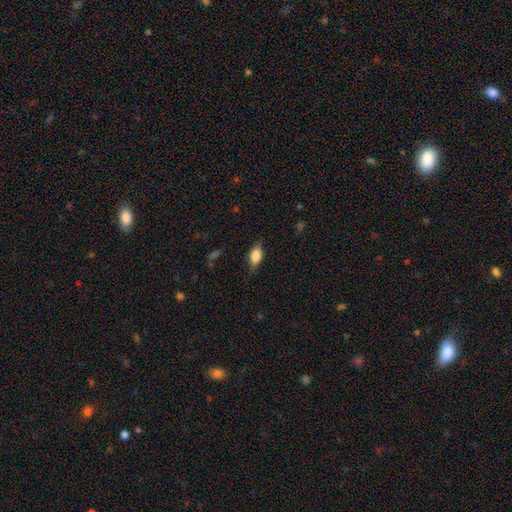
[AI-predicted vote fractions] The model was most divided on "merging": none: 77%, minor disturbance: 18%, major disturbance: 4%, merger: 1%. More confident: how rounded — in between (84%); smooth or featured — smooth (79%).